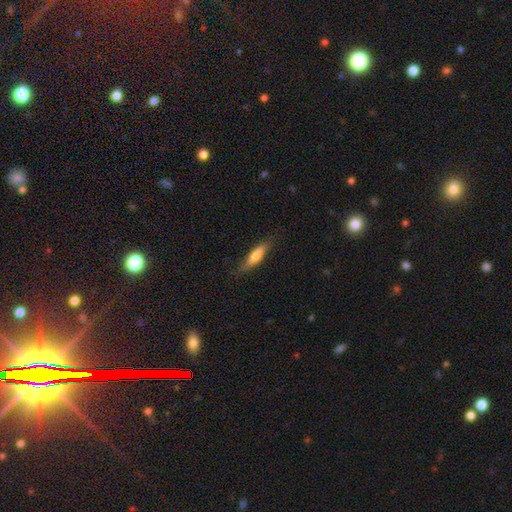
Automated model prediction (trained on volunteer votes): Overall: smooth (66%; featured or disk 28%). How rounded: cigar-shaped (73%). Merging: none (78%).